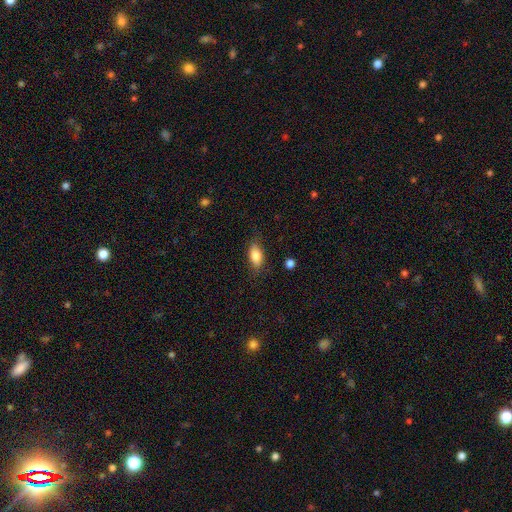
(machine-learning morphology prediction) Q: Smooth or featured?
A: smooth (81%); runner-up: featured or disk (12%)
Q: How rounded?
A: in between (85%); runner-up: cigar-shaped (9%)
Q: Merging?
A: none (78%); runner-up: minor disturbance (17%)